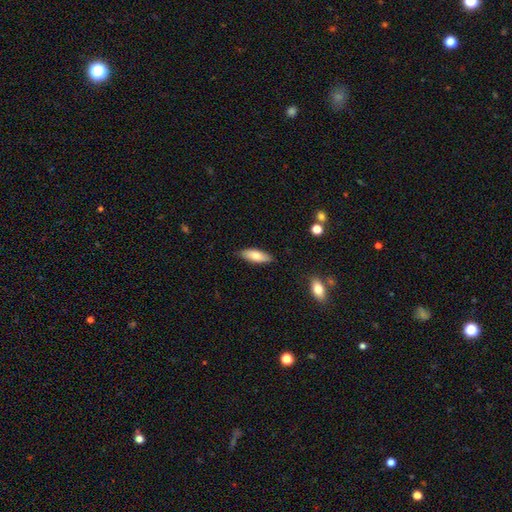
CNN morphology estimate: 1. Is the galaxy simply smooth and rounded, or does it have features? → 77% smooth, 17% featured or disk, 6% star or artifact.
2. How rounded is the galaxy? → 67% in between, 31% cigar-shaped, 2% round.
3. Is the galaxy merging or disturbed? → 84% none, 13% minor disturbance, 2% major disturbance, 1% merger.